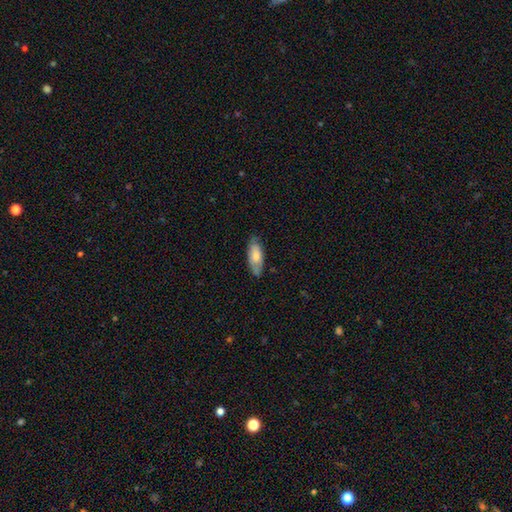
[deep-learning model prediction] Morphology: type=smooth (67%); roundness=in between (78%); merging=none (74%).